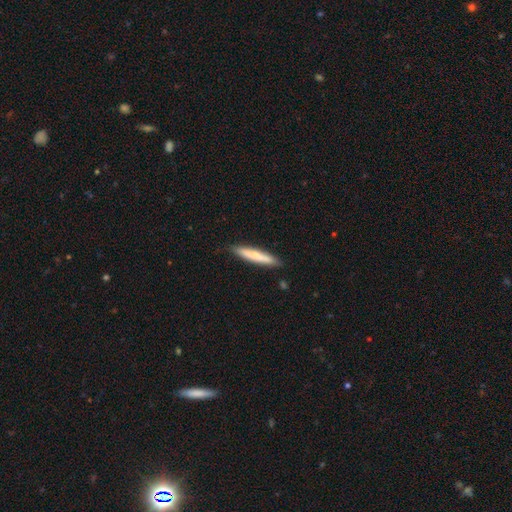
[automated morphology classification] A smooth galaxy with no disk features (75%) that is cigar-shaped (93%). Merging: none (87%).